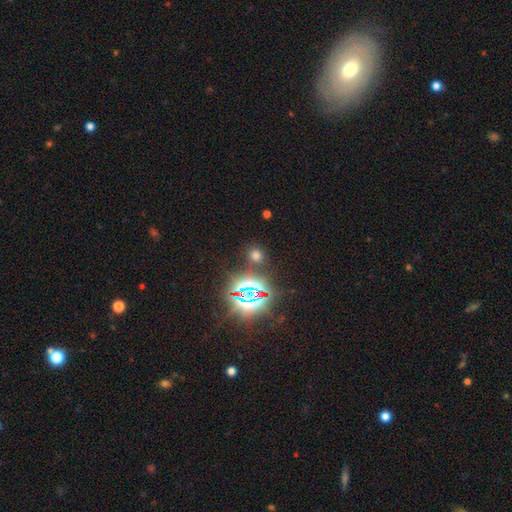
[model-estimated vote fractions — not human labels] This appears to be a smooth galaxy with no disk features (56%) that is round (79%). Merging: none (83%).